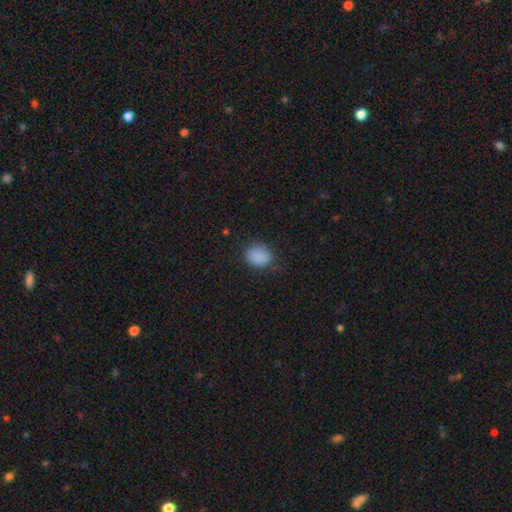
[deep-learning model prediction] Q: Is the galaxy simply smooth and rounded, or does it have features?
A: smooth — 87%.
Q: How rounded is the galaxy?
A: round — 62%.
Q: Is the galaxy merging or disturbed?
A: none — 79%.